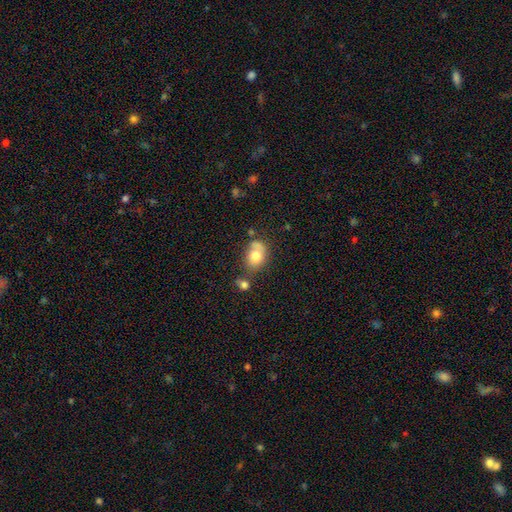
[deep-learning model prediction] smooth 76%, featured or disk 16%, star or artifact 9%. Down the decision tree: how rounded — in between (64%); merging — none (43%).